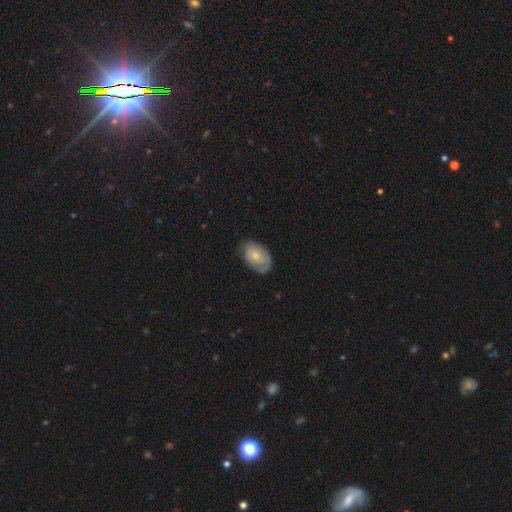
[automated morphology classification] smooth-or-featured: smooth: 64% | featured or disk: 29% | star or artifact: 7%
  how-rounded: in between: 87% | round: 12% | cigar-shaped: 1%
  merging: none: 68% | minor disturbance: 24% | major disturbance: 6% | merger: 1%